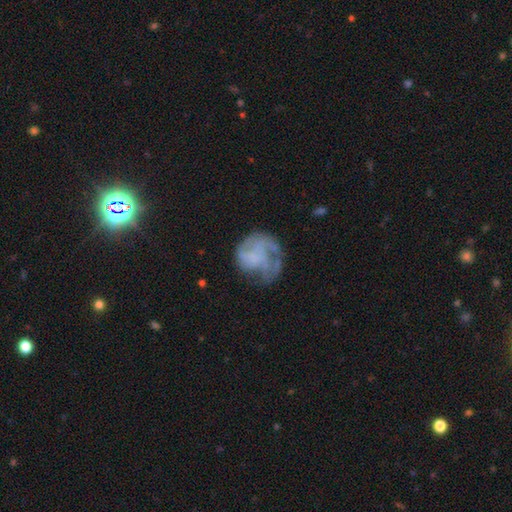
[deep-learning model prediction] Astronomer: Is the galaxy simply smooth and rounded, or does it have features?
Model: featured or disk — 61%.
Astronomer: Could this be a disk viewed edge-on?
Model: no — 98%.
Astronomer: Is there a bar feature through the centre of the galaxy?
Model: no — 81%.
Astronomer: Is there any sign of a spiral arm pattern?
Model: yes — 68%.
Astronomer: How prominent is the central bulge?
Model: none — 70%.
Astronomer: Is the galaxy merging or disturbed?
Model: none — 50% (runner-up: major disturbance, 26%).